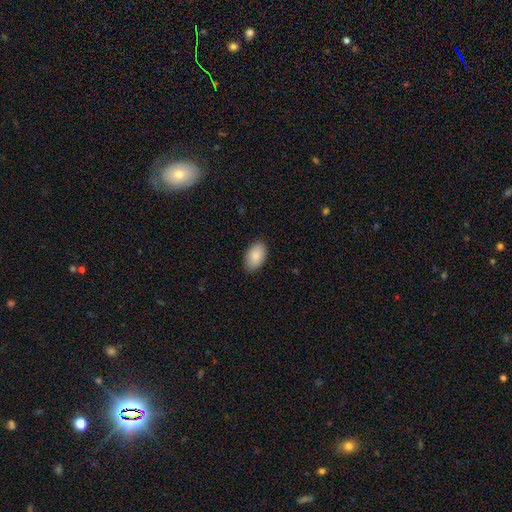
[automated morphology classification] The model was most divided on "merging": none: 87%, minor disturbance: 10%, major disturbance: 2%, merger: 1%. More confident: how rounded — in between (94%); smooth or featured — smooth (87%).